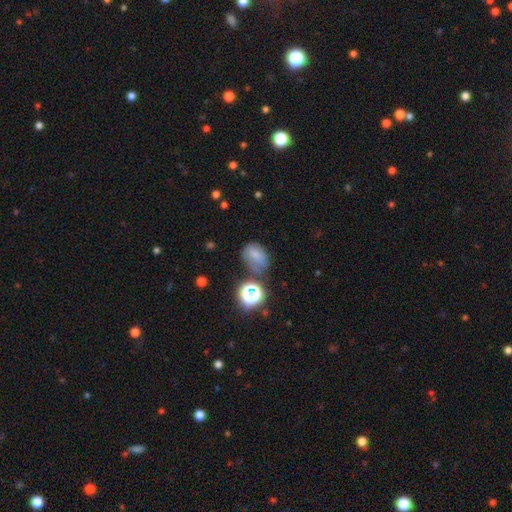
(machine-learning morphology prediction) Smooth or featured? smooth (63%)
How rounded? in between (65%)
Merging? none (51%)